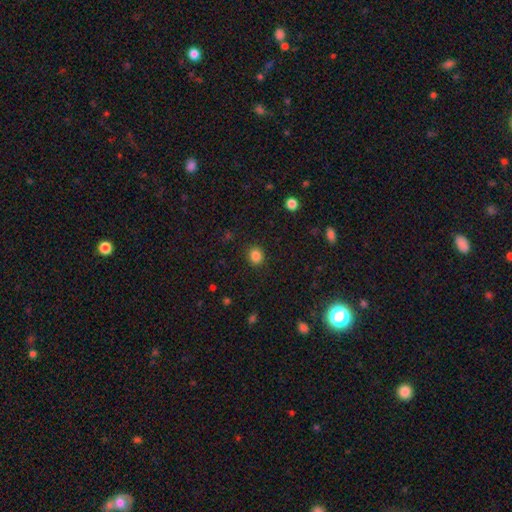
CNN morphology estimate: type=smooth (85%); roundness=round (69%); merging=none (89%).